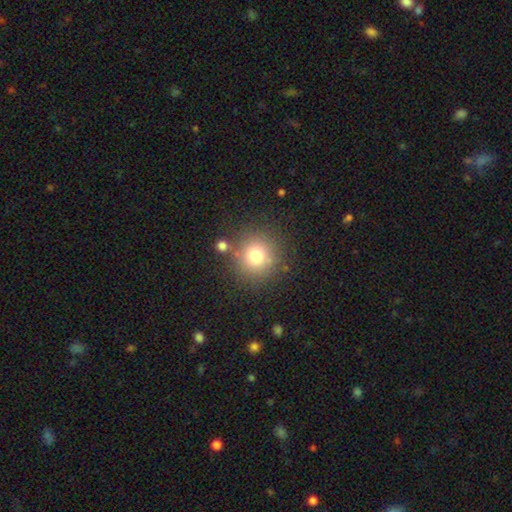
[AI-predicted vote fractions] This appears to be a smooth galaxy with no disk features (74%) that is round (93%). Merging: none (80%).